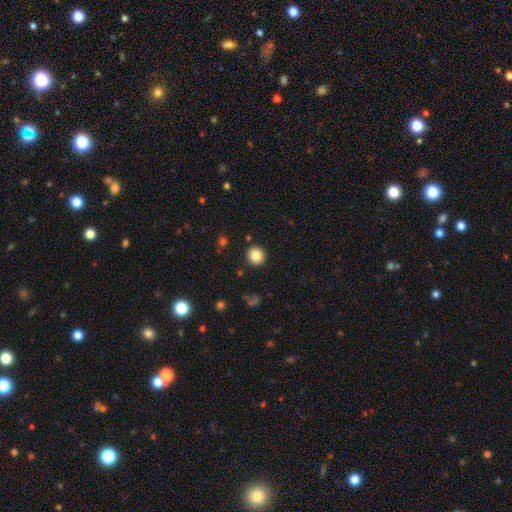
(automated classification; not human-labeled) Overall: smooth (84%). How rounded: round (92%). Merging: none (91%).